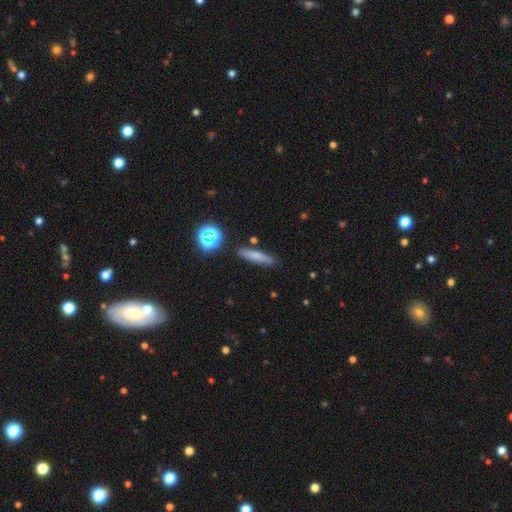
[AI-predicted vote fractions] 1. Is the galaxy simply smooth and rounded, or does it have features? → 70% smooth, 17% featured or disk, 12% star or artifact.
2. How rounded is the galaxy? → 84% cigar-shaped, 12% in between, 4% round.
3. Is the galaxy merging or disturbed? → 85% none, 9% minor disturbance, 3% merger, 2% major disturbance.